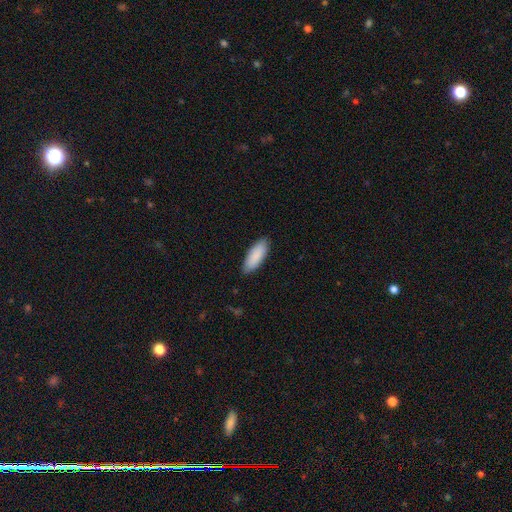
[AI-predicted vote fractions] A smooth galaxy with no disk features (89%) that is in between round and cigar-shaped (74%).

Vote fractions:
- Smooth or featured? smooth: 89% / featured or disk: 6% / star or artifact: 5%
- How rounded? in between: 74% / cigar-shaped: 25% / round: 1%
- Merging? none: 85% / minor disturbance: 12% / major disturbance: 2% / merger: 1%